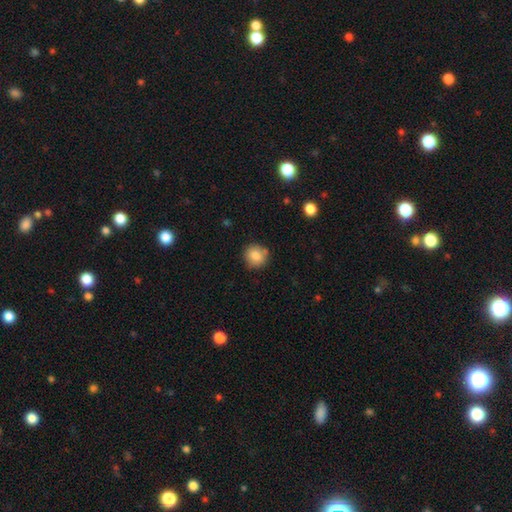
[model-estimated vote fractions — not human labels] This appears to be a smooth galaxy with no disk features (84%) that is round (88%). Merging: none (81%).